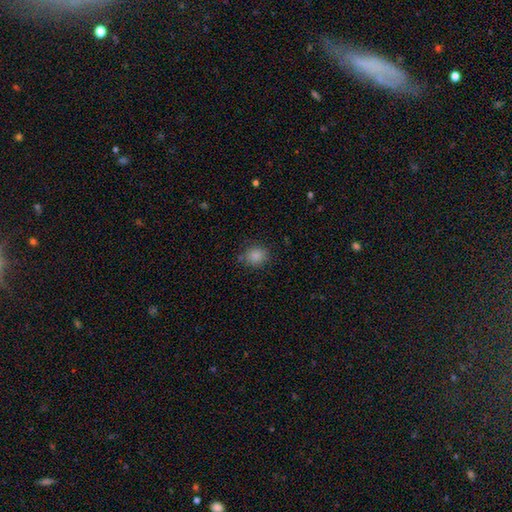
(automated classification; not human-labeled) The model was most divided on "how rounded": round: 70%, in between: 29%, cigar-shaped: 1%. More confident: smooth or featured — smooth (85%); merging — none (81%).